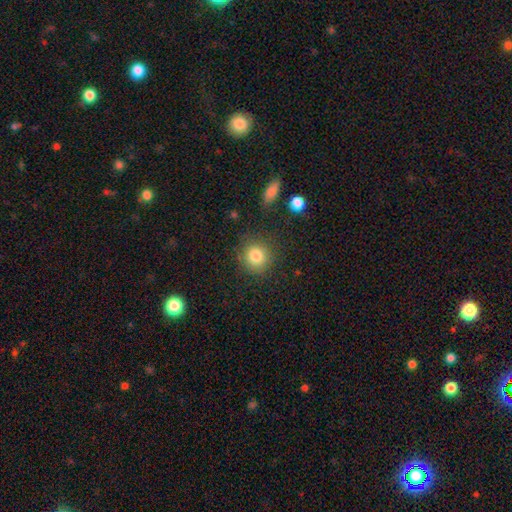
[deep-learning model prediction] This appears to be a smooth galaxy with no disk features (83%) that is round (88%). Merging: none (84%).